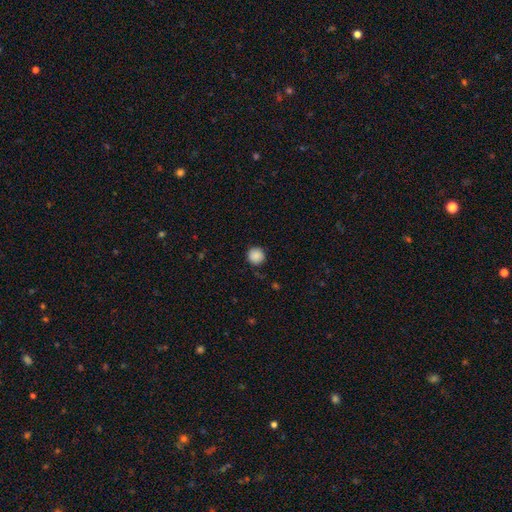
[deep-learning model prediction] The model was most divided on "merging": none: 87%, minor disturbance: 9%, major disturbance: 2%, merger: 1%. More confident: how rounded — round (95%); smooth or featured — smooth (88%).